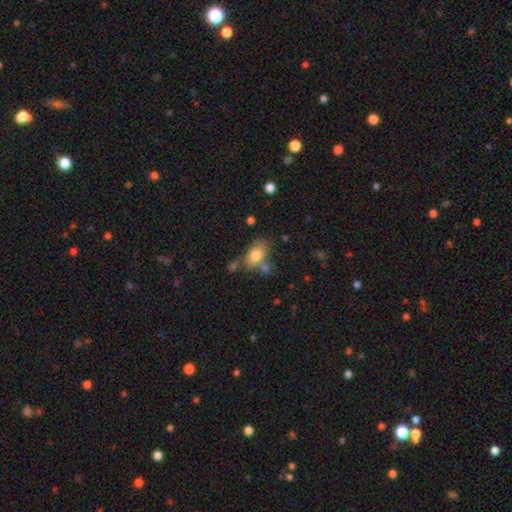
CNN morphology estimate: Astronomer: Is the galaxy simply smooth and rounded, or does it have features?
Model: smooth — 77%.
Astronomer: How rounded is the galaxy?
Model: in between — 84%.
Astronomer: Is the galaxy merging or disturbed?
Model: none — 52%.